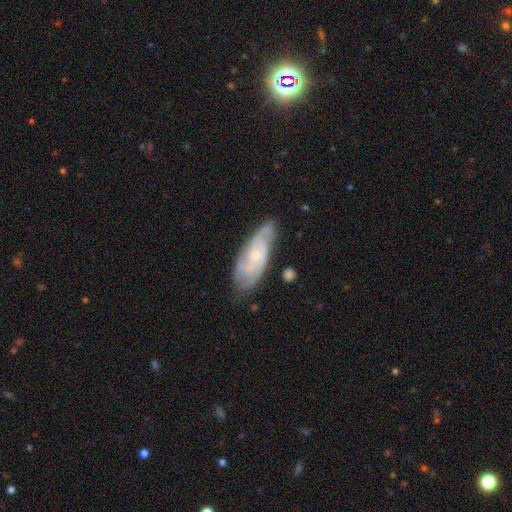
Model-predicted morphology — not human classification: A featured or disk galaxy (77%) with no bar (67%), tight (53%) spiral arms (94%) and a small central bulge (69%). Merging: none (71%).